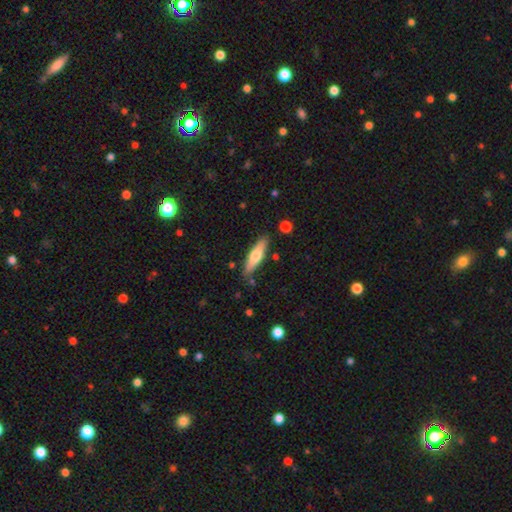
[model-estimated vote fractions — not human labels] This appears to be a smooth galaxy with no disk features (60%) that is cigar-shaped (70%). Merging: none (84%).